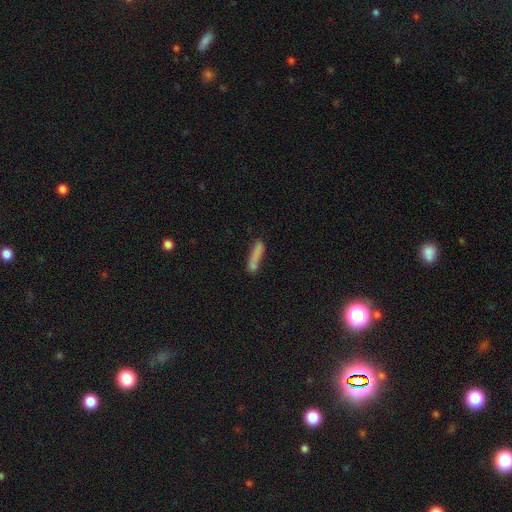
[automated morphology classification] Q: Smooth or featured?
A: smooth (77%); runner-up: featured or disk (13%)
Q: How rounded?
A: cigar-shaped (87%); runner-up: in between (11%)
Q: Merging?
A: none (66%); runner-up: minor disturbance (18%)